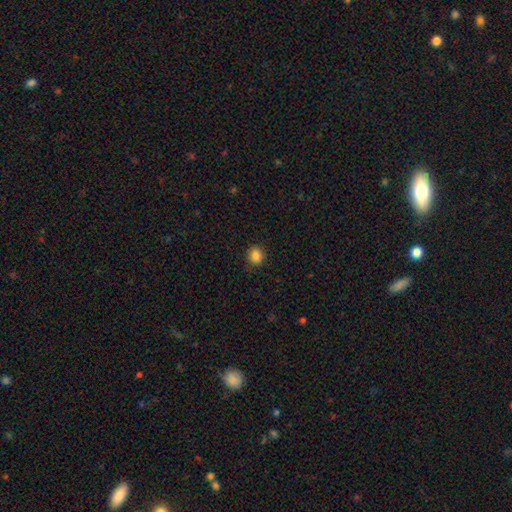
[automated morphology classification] Q: Smooth or featured?
A: smooth (86%); runner-up: star or artifact (11%)
Q: How rounded?
A: round (77%); runner-up: in between (22%)
Q: Merging?
A: none (88%); runner-up: minor disturbance (9%)